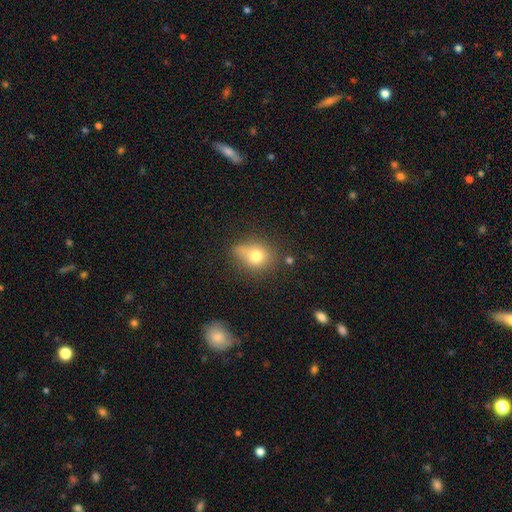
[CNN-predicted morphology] Smooth or featured? Predicted: smooth (p=0.73). How rounded? Predicted: round (p=0.54). Merging? Predicted: none (p=0.52).